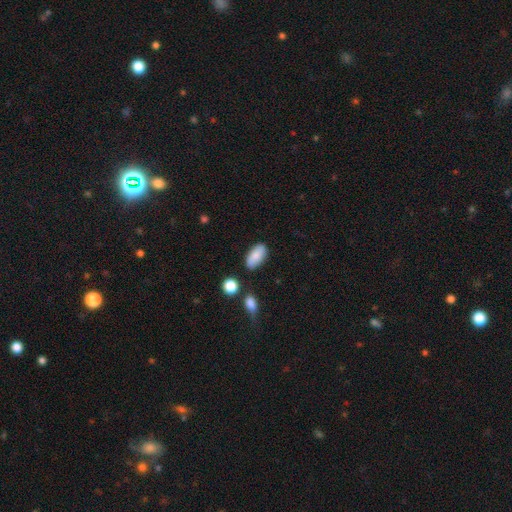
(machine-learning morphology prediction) smooth 83%, featured or disk 10%, star or artifact 7%. Down the decision tree: how rounded — in between (92%); merging — none (81%).